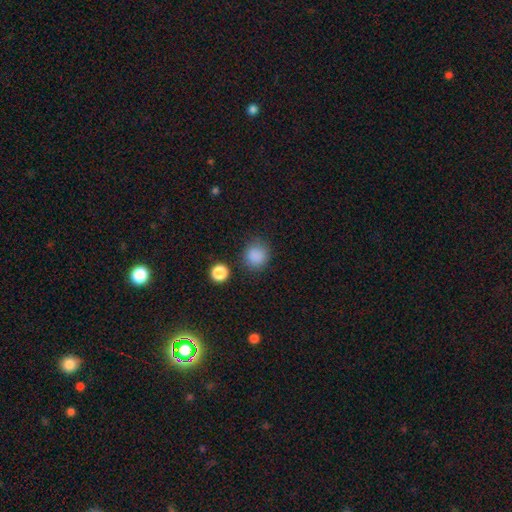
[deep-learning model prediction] This is clearly a smooth galaxy (86%). How rounded: clearly round (88%). Merging: clearly none (82%).